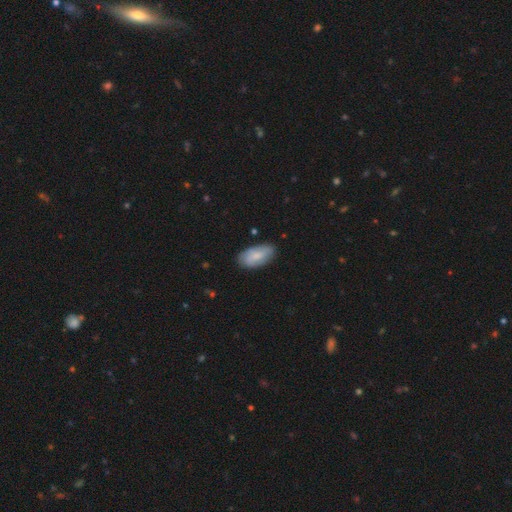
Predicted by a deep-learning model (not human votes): A smooth galaxy with no disk features (72%) that is in between round and cigar-shaped (93%). Merging: none (78%).